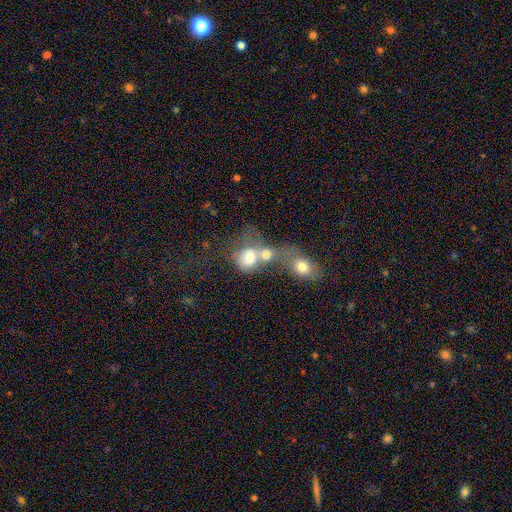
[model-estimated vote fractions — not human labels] Morphology: type=smooth (57%); roundness=round (53%); merging=merger (73%).